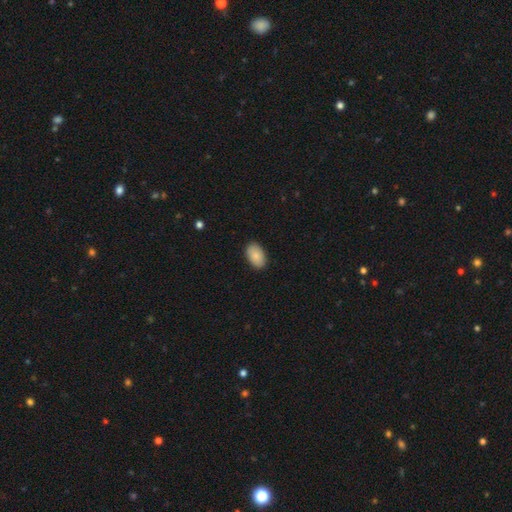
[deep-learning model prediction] Smooth or featured: smooth — 89% (star or artifact — 6%)
How rounded: in between — 94% (round — 5%)
Merging: none — 89% (minor disturbance — 8%)